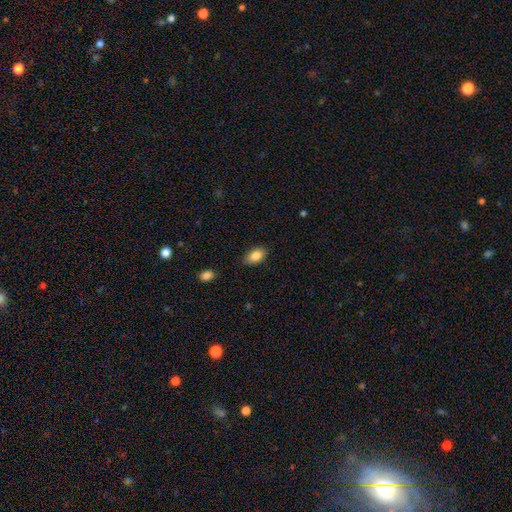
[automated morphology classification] Smooth or featured: smooth — 85% (featured or disk — 7%)
How rounded: in between — 91% (round — 7%)
Merging: none — 83% (minor disturbance — 13%)